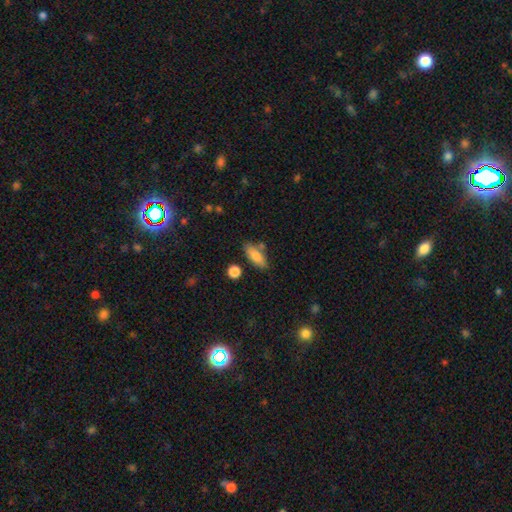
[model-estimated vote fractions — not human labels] Smooth or featured? smooth (81%)
How rounded? in between (71%)
Merging? none (73%)